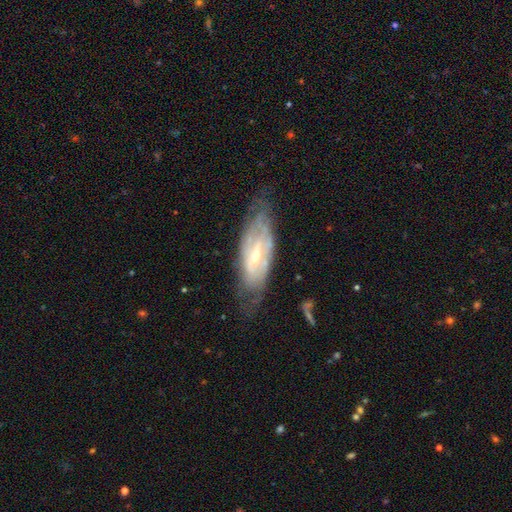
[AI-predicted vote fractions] Overall: featured or disk (73%). Edge-on disk: no (81%). Bar: weak (46%; no 28%). Spiral arms: yes (72%). Bulge size: small (54%; moderate 40%). Merging: none (61%; minor disturbance 26%).